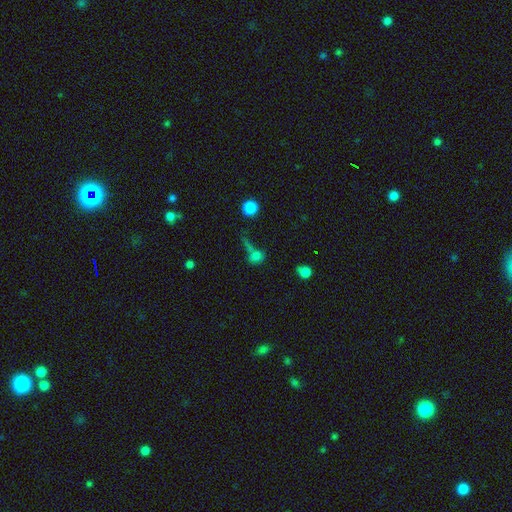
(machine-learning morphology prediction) This is likely a smooth galaxy (71%). How rounded: likely round (65%). Merging: marginally none (42%).